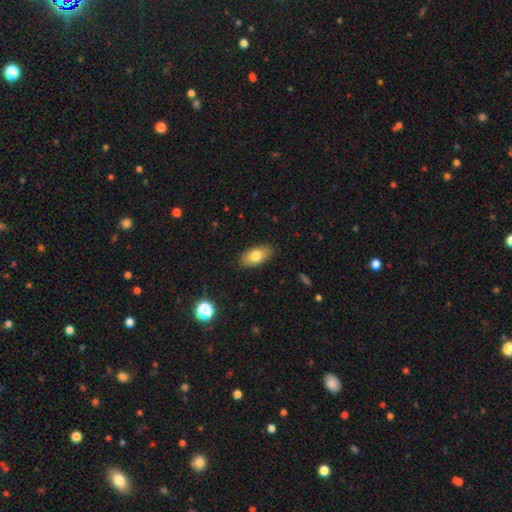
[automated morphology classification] type=smooth (78%); roundness=in between (90%); merging=none (87%).